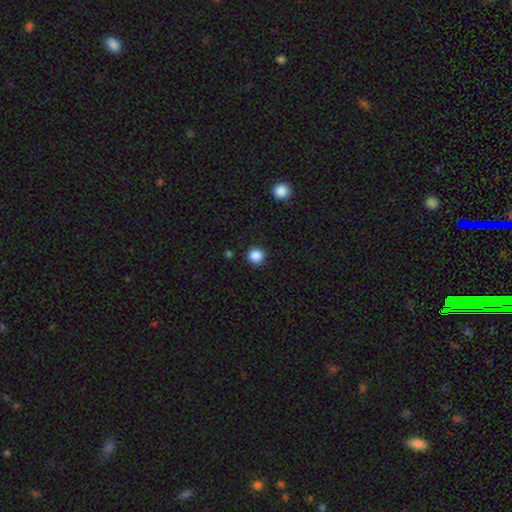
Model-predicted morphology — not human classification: type=smooth (87%); roundness=round (91%); merging=none (91%).